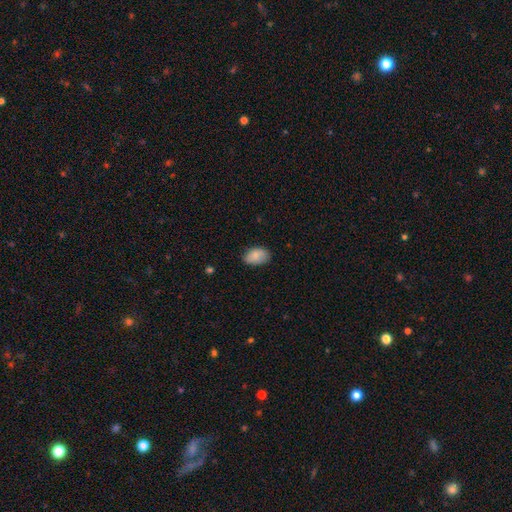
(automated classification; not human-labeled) smooth 84%, featured or disk 9%, star or artifact 7%. Down the decision tree: how rounded — in between (89%); merging — none (75%).